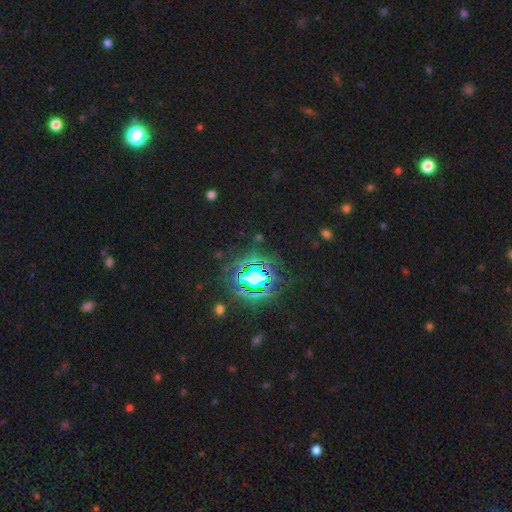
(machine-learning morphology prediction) A star or artifact, not a galaxy (82%).